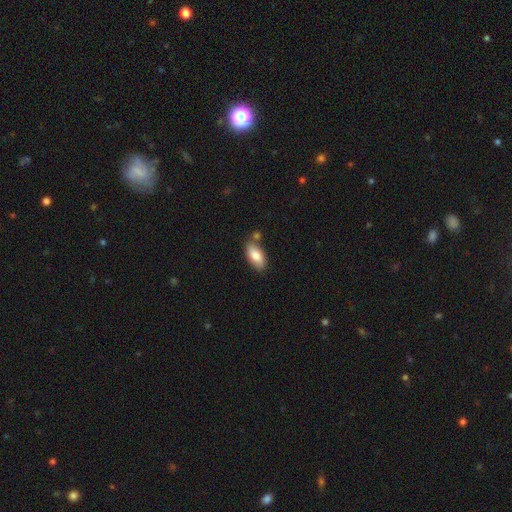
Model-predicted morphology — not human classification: A smooth galaxy with no disk features (80%) that is in between round and cigar-shaped (91%). Merging: none (71%).